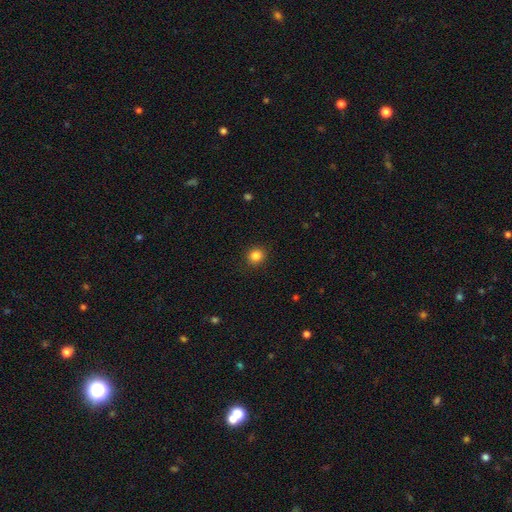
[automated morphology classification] Smooth or featured: smooth — 85% (star or artifact — 11%)
How rounded: round — 83% (in between — 16%)
Merging: none — 90% (minor disturbance — 7%)